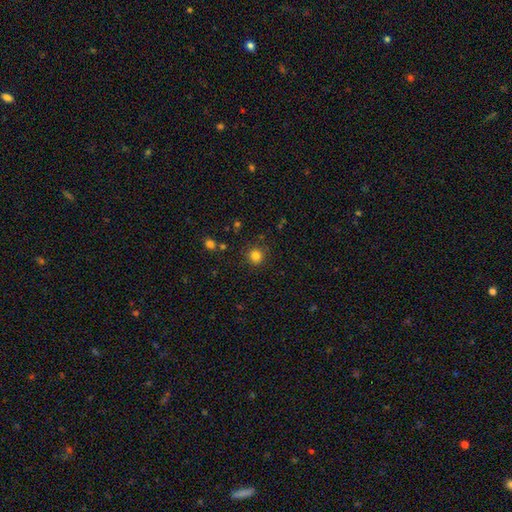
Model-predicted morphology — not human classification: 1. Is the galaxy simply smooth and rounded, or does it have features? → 82% smooth, 13% star or artifact, 5% featured or disk.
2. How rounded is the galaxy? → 93% round, 6% in between, 1% cigar-shaped.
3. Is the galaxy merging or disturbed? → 87% none, 8% minor disturbance, 3% major disturbance, 2% merger.